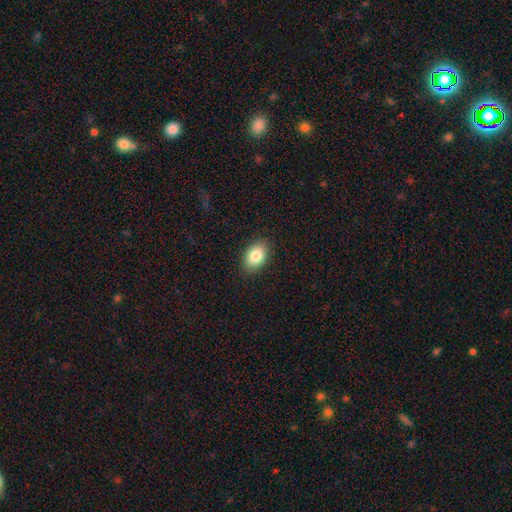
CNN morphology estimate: smooth_or_featured: smooth (p=0.85) [alt: star or artifact p=0.08]
how_rounded: in between (p=0.85) [alt: round p=0.14]
merging: none (p=0.88) [alt: minor disturbance p=0.09]